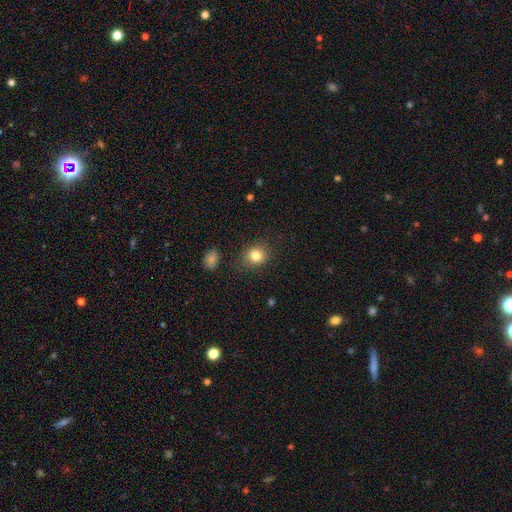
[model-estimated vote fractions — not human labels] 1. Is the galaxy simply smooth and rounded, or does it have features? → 82% smooth, 11% star or artifact, 7% featured or disk.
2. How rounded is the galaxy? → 70% round, 29% in between, 1% cigar-shaped.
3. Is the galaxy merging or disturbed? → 82% none, 12% minor disturbance, 4% major disturbance, 2% merger.